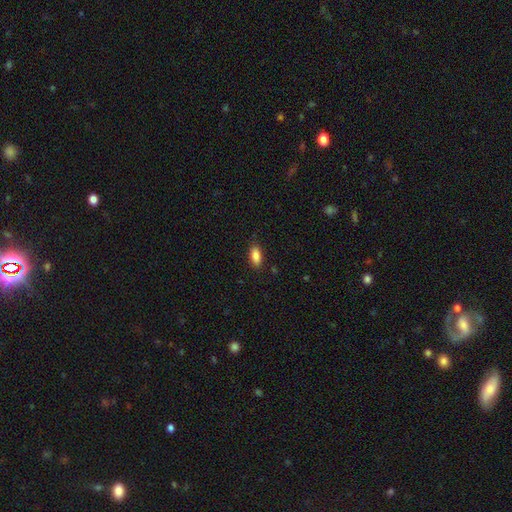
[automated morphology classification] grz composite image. It shows a smooth galaxy with no disk features (87%) that is in between round and cigar-shaped (86%). Merging: none (87%).